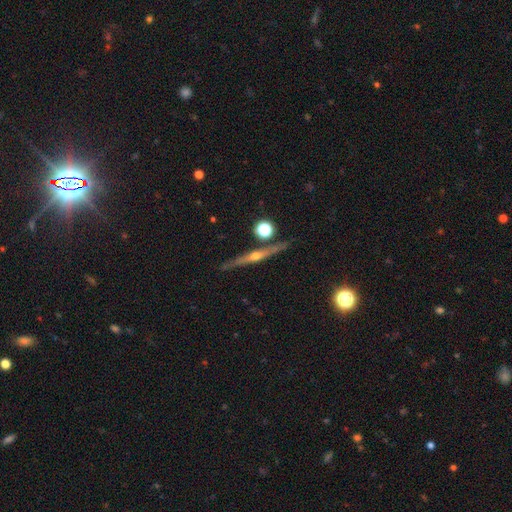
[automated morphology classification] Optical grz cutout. It shows a featured or disk galaxy (78%) viewed edge-on (97%) with a rounded central bulge (89%). Merging: none (87%).